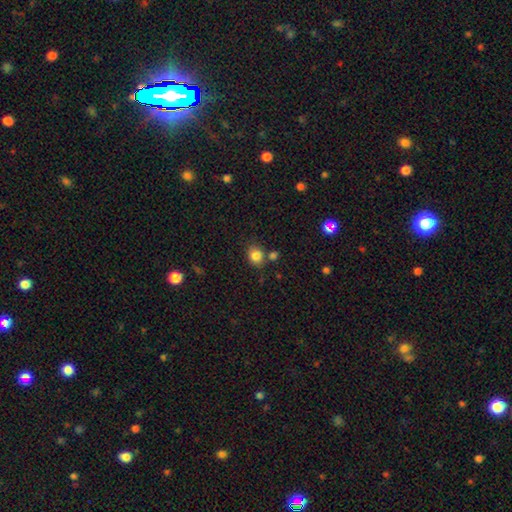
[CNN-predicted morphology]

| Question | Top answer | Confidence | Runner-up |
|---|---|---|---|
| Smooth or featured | smooth | 84% | star or artifact (11%) |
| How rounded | round | 67% | in between (32%) |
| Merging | none | 69% | merger (14%) |